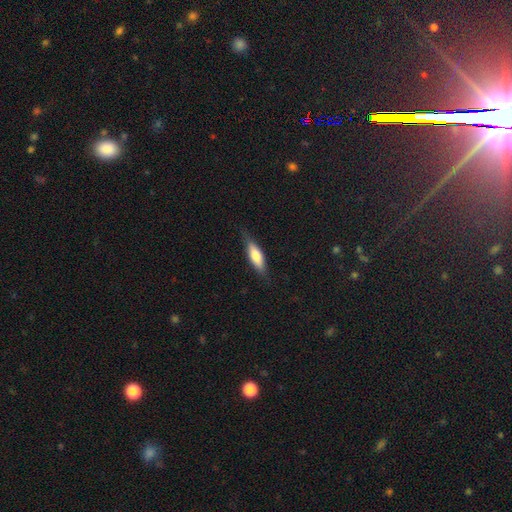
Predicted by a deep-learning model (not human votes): Overall: smooth (67%; featured or disk 27%). How rounded: in between (49%, tied with cigar-shaped). Merging: none (77%).